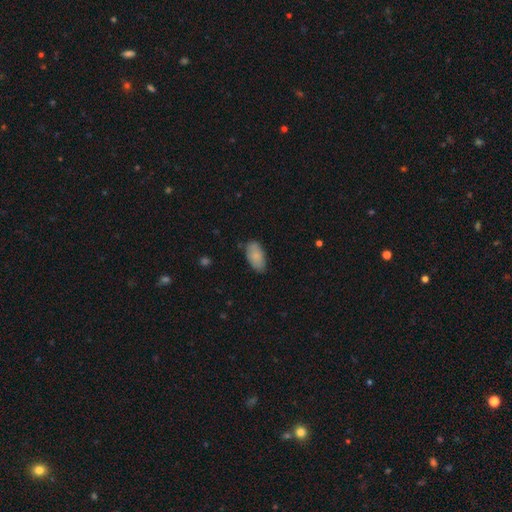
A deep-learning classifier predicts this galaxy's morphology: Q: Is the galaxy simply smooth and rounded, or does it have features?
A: smooth — 83%.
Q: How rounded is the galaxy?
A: in between — 93%.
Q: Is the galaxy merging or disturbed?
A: none — 74%.